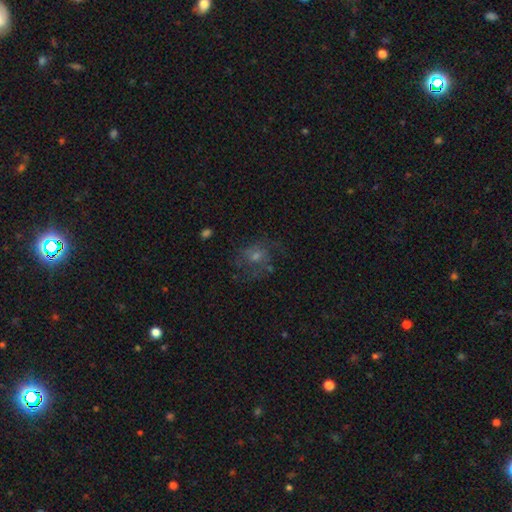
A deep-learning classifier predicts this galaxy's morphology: Smooth or featured? Predicted: featured or disk (p=0.48). Merging? Predicted: none (p=0.58).